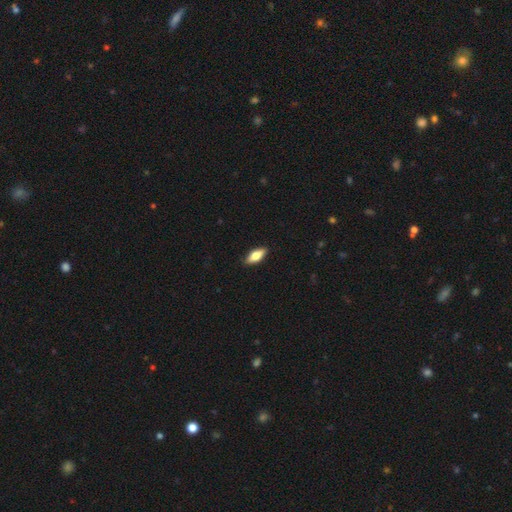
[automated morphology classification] Smooth or featured: smooth — 68% (featured or disk — 26%)
How rounded: in between — 75% (cigar-shaped — 22%)
Merging: none — 88% (minor disturbance — 9%)